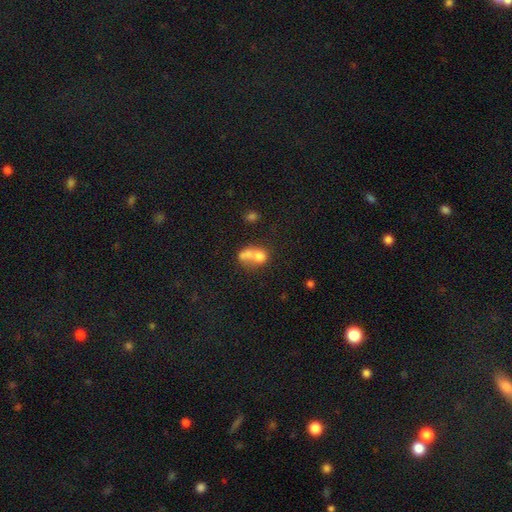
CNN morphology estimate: smooth 66%, featured or disk 23%, star or artifact 11%. Down the decision tree: how rounded — round (60%); merging — merger (68%).